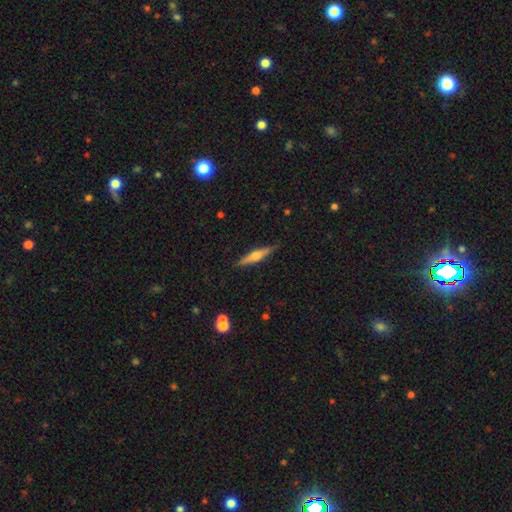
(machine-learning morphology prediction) featured or disk 62%, smooth 31%, star or artifact 6%. Down the decision tree: edge-on disk — yes (97%); edge-on bulge — rounded (89%); merging — none (88%).